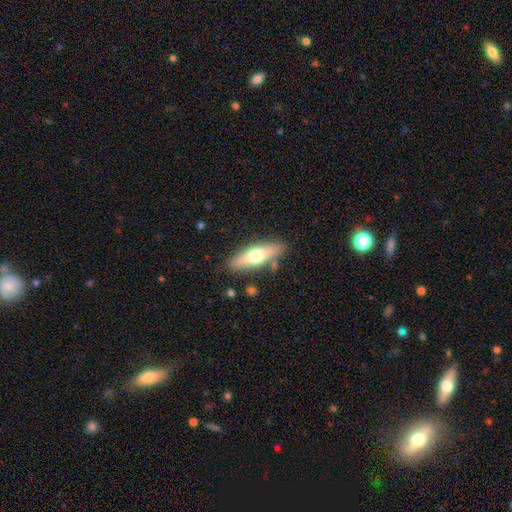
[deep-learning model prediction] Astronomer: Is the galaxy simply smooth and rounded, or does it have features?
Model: smooth — 52% (runner-up: featured or disk, 42%).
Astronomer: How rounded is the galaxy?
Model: cigar-shaped — 57% (runner-up: in between, 41%).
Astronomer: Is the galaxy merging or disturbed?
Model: none — 83%.